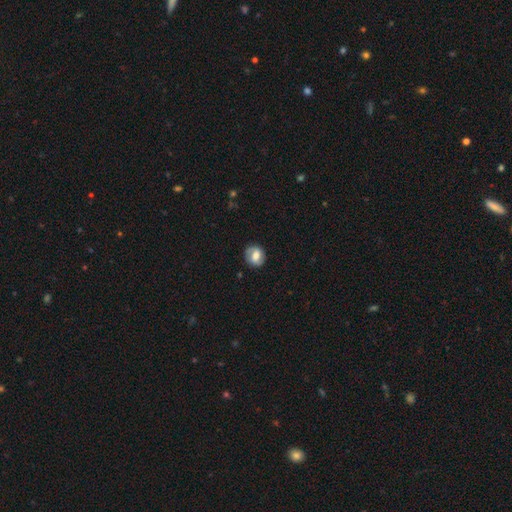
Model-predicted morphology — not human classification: type=smooth (53%); roundness=round (69%); merging=none (80%).